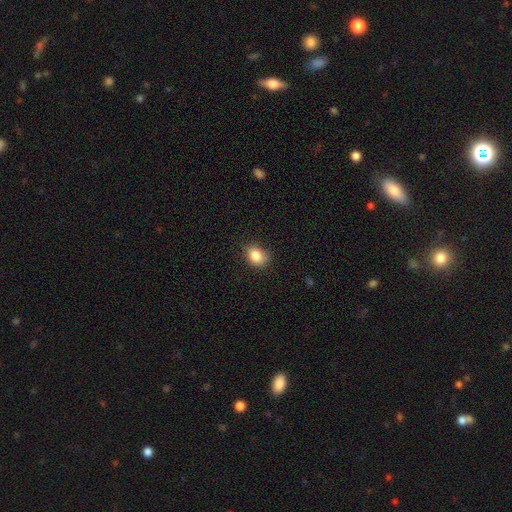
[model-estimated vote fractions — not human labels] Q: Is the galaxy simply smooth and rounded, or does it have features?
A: smooth — 85%.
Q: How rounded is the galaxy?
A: in between — 58%.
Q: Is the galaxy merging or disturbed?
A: none — 77%.